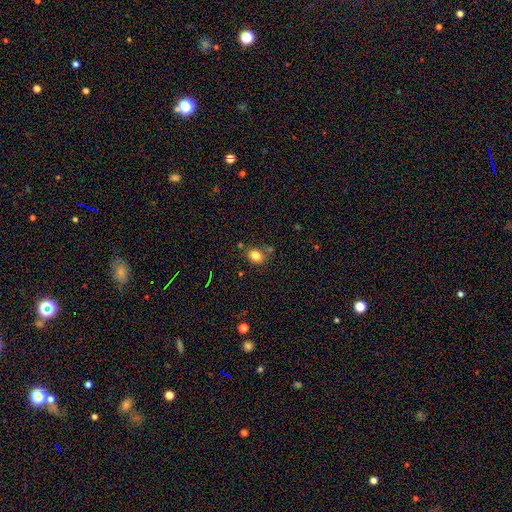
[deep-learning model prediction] Smooth or featured? Predicted: smooth (p=0.81). How rounded? Predicted: round (p=0.55). Merging? Predicted: none (p=0.74).